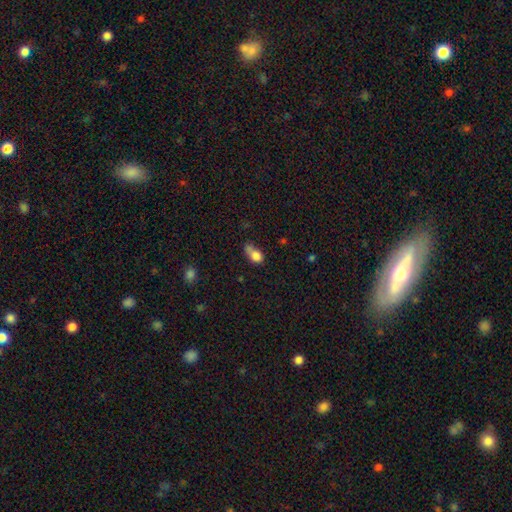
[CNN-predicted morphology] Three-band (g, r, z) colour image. It shows a smooth galaxy with no disk features (78%) that is in between round and cigar-shaped (65%). Merging: minor disturbance (29%, tied with none).